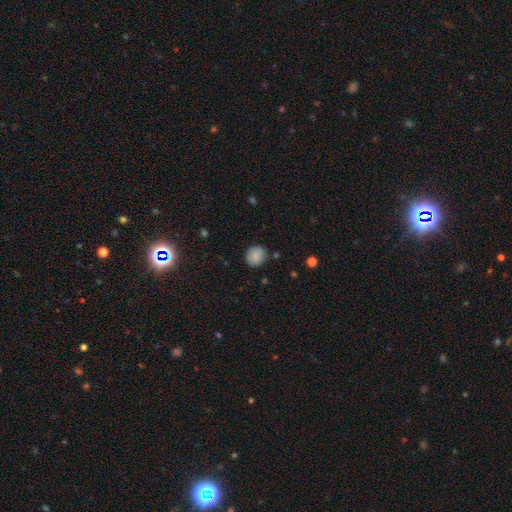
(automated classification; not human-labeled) Smooth or featured? smooth (84%)
How rounded? round (85%)
Merging? none (85%)